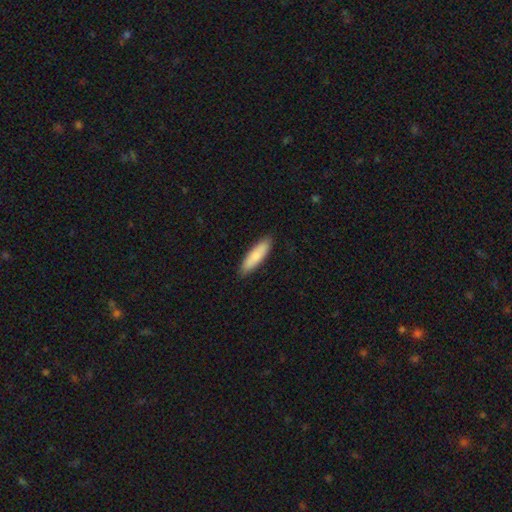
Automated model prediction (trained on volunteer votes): smooth-or-featured: smooth: 79% | featured or disk: 16% | star or artifact: 5%
  how-rounded: cigar-shaped: 63% | in between: 35% | round: 2%
  merging: none: 88% | minor disturbance: 9% | major disturbance: 2% | merger: 1%